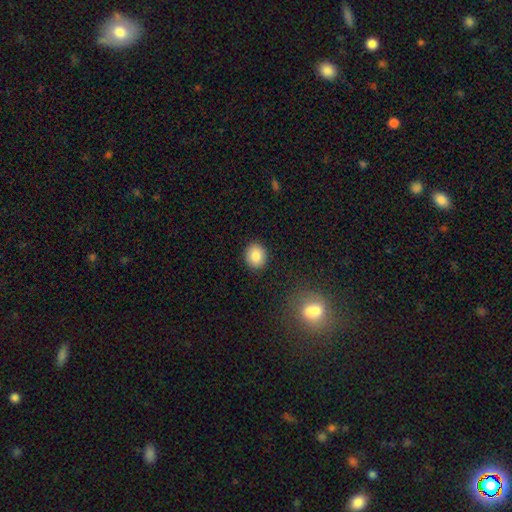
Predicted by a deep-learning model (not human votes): The model was most divided on "how rounded": round: 74%, in between: 25%, cigar-shaped: 1%. More confident: merging — none (90%); smooth or featured — smooth (85%).